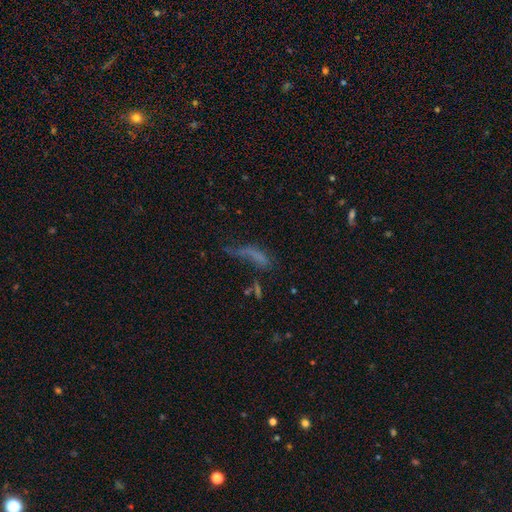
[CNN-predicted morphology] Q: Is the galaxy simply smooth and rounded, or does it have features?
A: smooth — 47%.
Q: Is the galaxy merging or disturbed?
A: major disturbance — 40%.